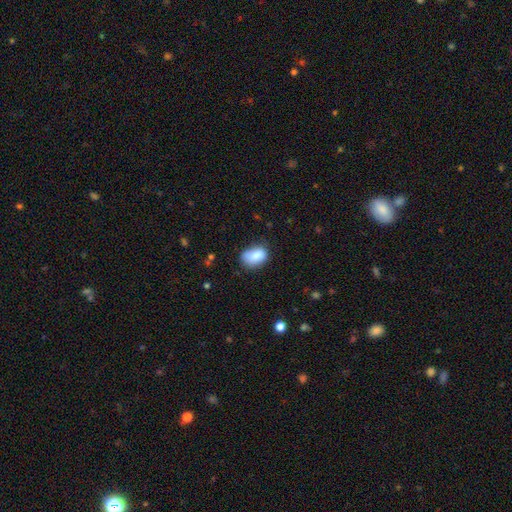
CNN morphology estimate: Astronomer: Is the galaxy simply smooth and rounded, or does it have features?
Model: smooth — 83%.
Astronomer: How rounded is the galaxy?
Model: in between — 79%.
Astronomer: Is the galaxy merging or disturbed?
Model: none — 57%.